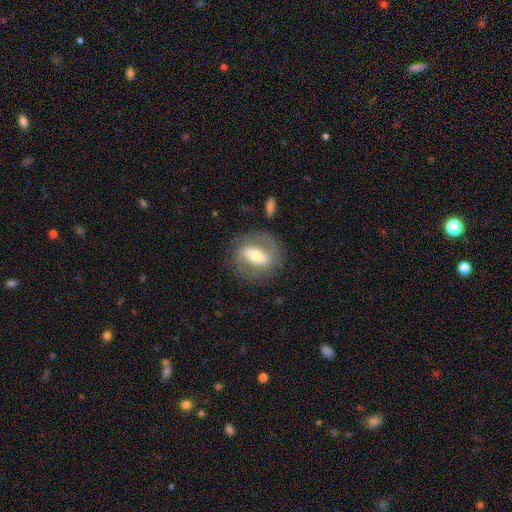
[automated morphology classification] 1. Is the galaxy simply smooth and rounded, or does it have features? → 68% featured or disk, 26% smooth, 6% star or artifact.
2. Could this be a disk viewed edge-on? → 93% no, 7% yes.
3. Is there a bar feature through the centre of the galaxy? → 54% strong, 28% weak, 18% no.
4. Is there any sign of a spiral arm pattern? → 67% yes, 33% no.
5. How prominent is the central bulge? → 60% moderate, 24% small, 13% large, 2% dominant, 1% none.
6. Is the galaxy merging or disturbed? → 78% none, 13% minor disturbance, 8% major disturbance, 2% merger.